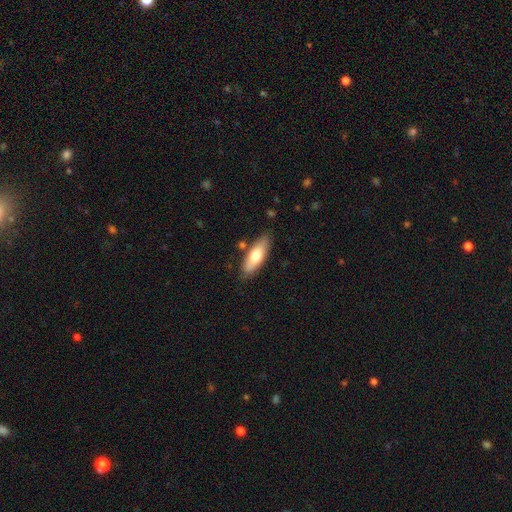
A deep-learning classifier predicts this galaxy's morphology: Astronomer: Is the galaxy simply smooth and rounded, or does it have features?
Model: smooth — 68%.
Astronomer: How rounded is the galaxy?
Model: in between — 63%.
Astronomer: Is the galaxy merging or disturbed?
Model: none — 79%.